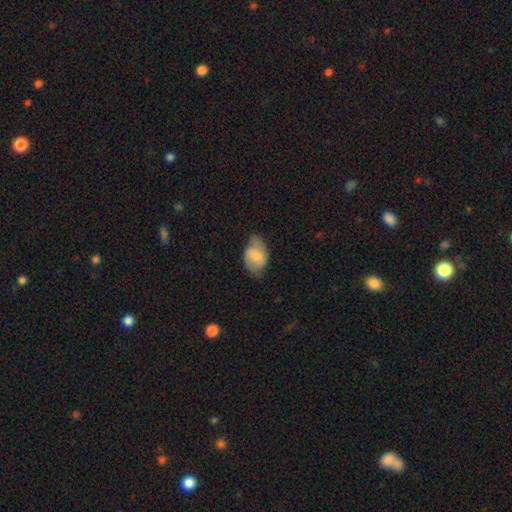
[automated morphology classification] A smooth galaxy with no disk features (66%) that is in between round and cigar-shaped (82%).

Vote fractions:
- Smooth or featured? smooth: 66% / featured or disk: 28% / star or artifact: 7%
- How rounded? in between: 82% / round: 17% / cigar-shaped: 1%
- Merging? none: 50% / minor disturbance: 37% / major disturbance: 11% / merger: 2%